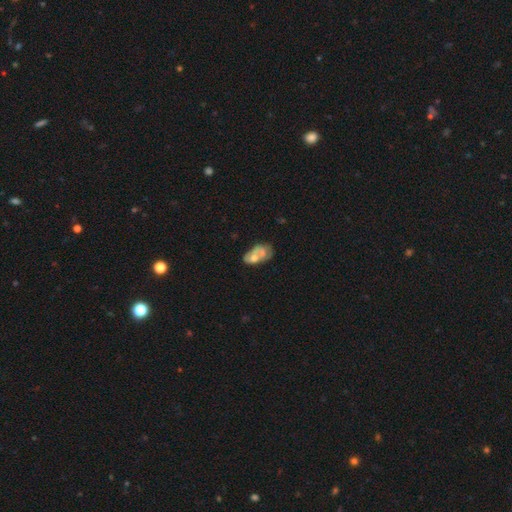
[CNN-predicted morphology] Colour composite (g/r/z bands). It shows a smooth galaxy with no disk features (48%). Merging: merger (36%).